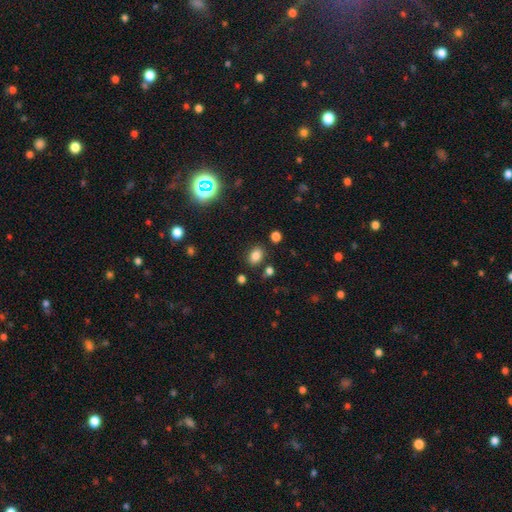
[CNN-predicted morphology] A smooth galaxy with no disk features (80%) that is in between round and cigar-shaped (74%). Merging: none (82%).